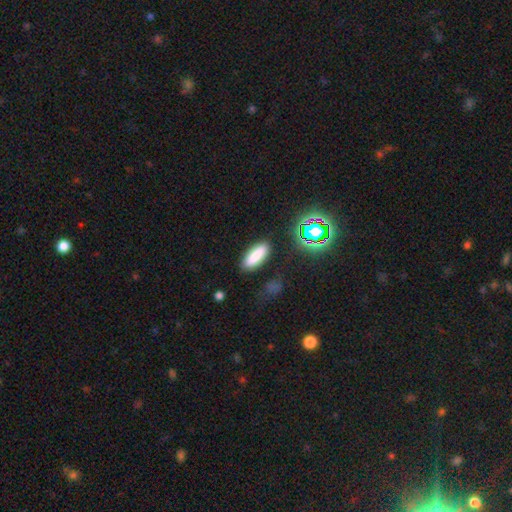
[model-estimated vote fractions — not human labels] Morphology: type=smooth (82%); roundness=in between (64%); merging=none (85%).